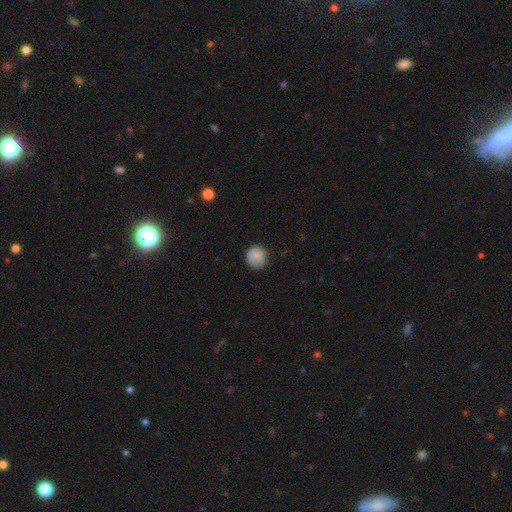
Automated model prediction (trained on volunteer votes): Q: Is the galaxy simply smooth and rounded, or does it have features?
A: smooth — 86%.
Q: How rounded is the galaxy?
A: round — 90%.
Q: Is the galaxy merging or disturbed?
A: none — 82%.